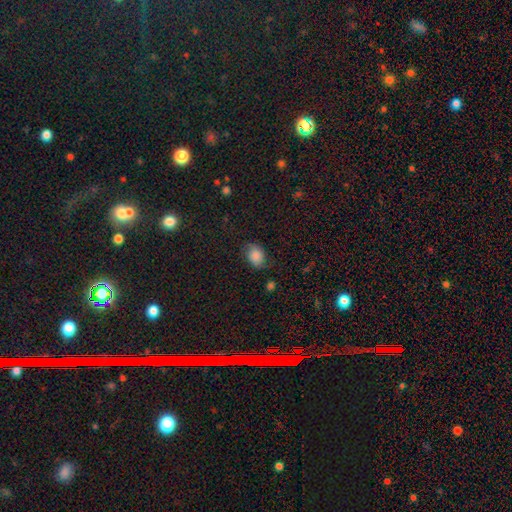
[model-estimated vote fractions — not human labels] A smooth galaxy with no disk features (75%) that is in between round and cigar-shaped (67%).

Vote fractions:
- Smooth or featured? smooth: 75% / featured or disk: 14% / star or artifact: 10%
- How rounded? in between: 67% / round: 32% / cigar-shaped: 1%
- Merging? none: 67% / minor disturbance: 23% / major disturbance: 8% / merger: 2%